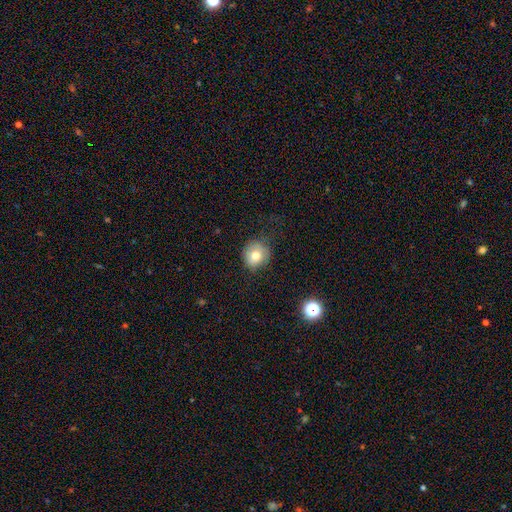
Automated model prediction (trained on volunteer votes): Smooth or featured? Predicted: smooth (p=0.76). How rounded? Predicted: round (p=0.84). Merging? Predicted: none (p=0.72).